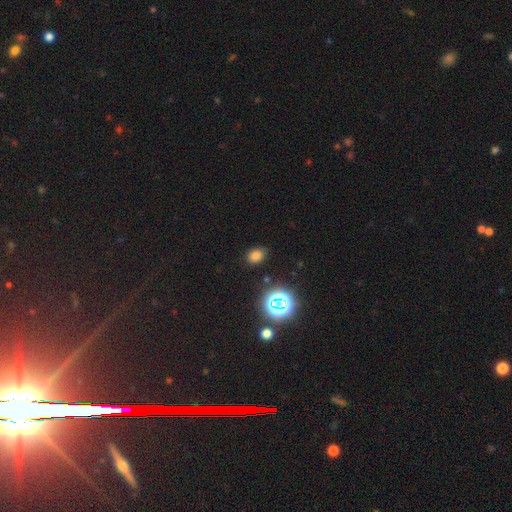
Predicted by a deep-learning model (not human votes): Q: Smooth or featured?
A: smooth (72%); runner-up: star or artifact (22%)
Q: How rounded?
A: in between (62%); runner-up: round (37%)
Q: Merging?
A: none (84%); runner-up: minor disturbance (11%)